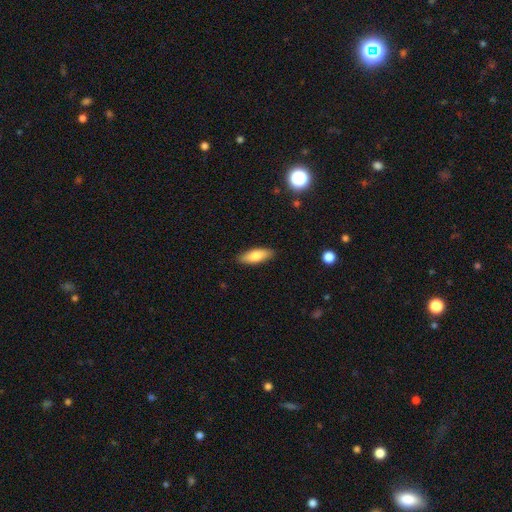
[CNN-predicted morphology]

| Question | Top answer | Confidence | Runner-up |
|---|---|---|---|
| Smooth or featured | smooth | 77% | featured or disk (17%) |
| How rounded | in between | 65% | cigar-shaped (32%) |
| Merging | none | 88% | minor disturbance (9%) |